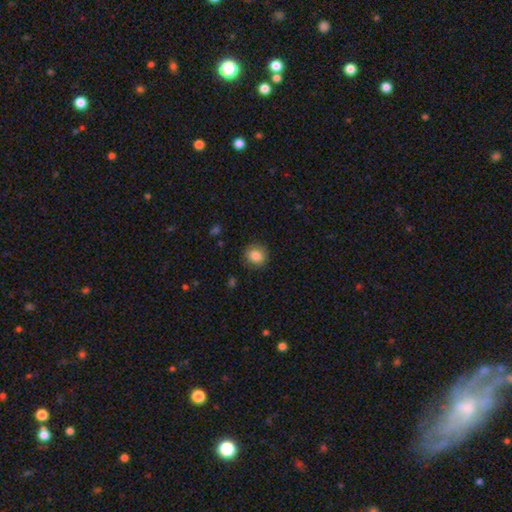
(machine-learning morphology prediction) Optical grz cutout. It shows a smooth galaxy with no disk features (84%) that is round (83%). Merging: none (85%).